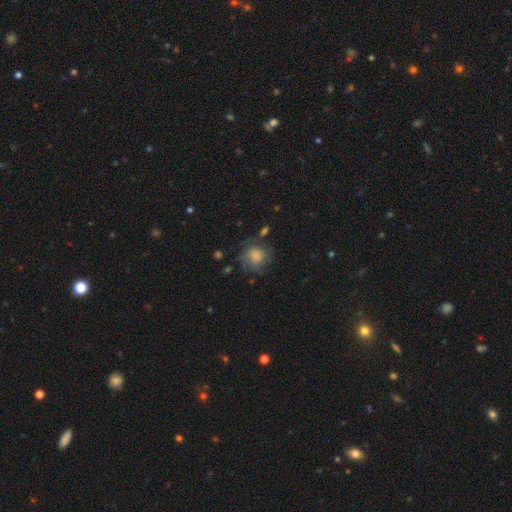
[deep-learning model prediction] smooth 65%, featured or disk 26%, star or artifact 9%. Down the decision tree: how rounded — round (79%); merging — none (57%).